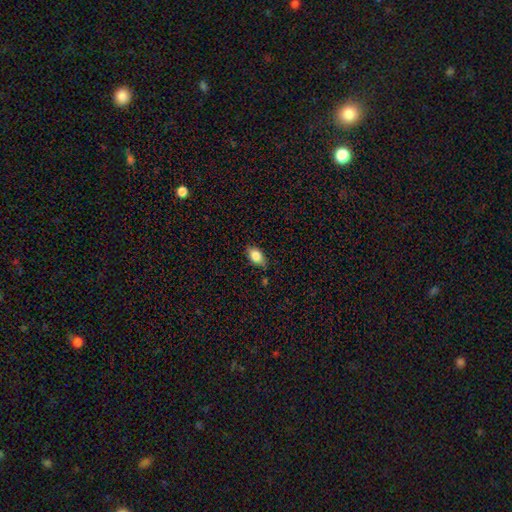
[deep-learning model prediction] A smooth galaxy with no disk features (82%) that is in between round and cigar-shaped (87%). Merging: none (78%).